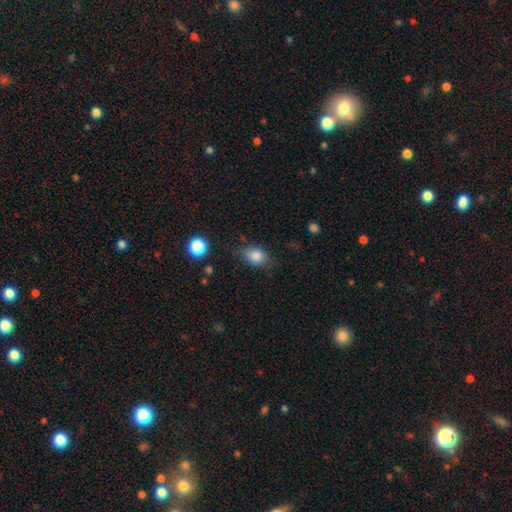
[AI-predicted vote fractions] Smooth or featured?
  - smooth: 85% *
  - star or artifact: 9%
  - featured or disk: 6%
How rounded?
  - in between: 72% *
  - round: 26%
  - cigar-shaped: 2%
Merging?
  - none: 69% *
  - minor disturbance: 22%
  - major disturbance: 7%
  - merger: 2%